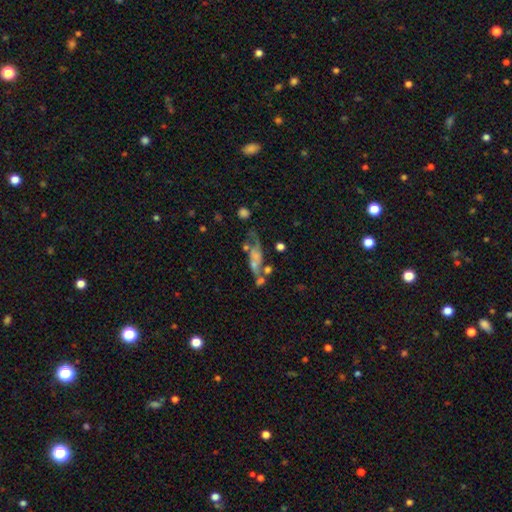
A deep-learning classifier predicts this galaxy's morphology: This appears to be a featured or disk galaxy (50%). Merging: none (45%).